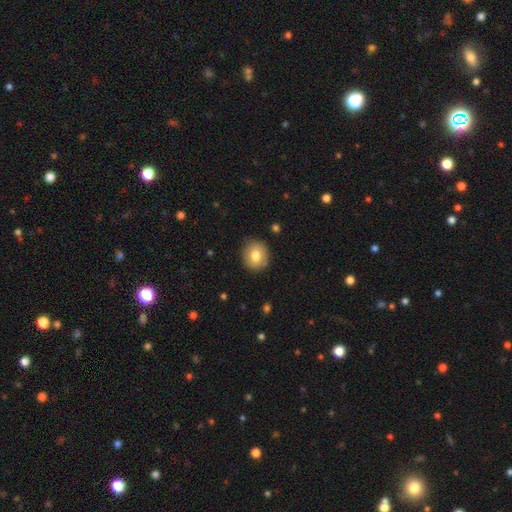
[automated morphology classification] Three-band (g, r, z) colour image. It shows a smooth galaxy with no disk features (79%) that is round (82%). Merging: none (88%).